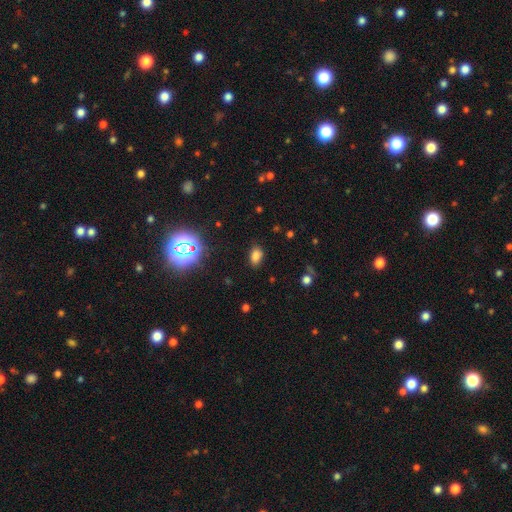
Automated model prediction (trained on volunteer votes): Smooth or featured? smooth (75%)
How rounded? in between (85%)
Merging? none (84%)